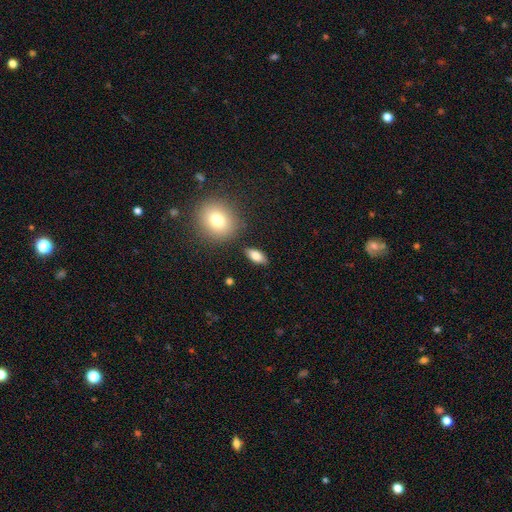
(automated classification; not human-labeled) A smooth galaxy with no disk features (80%) that is in between round and cigar-shaped (87%). Merging: none (85%).